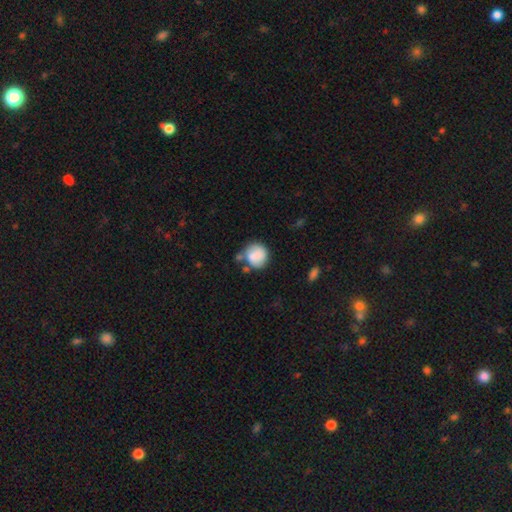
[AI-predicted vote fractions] Smooth or featured? smooth (80%)
How rounded? round (85%)
Merging? none (54%)